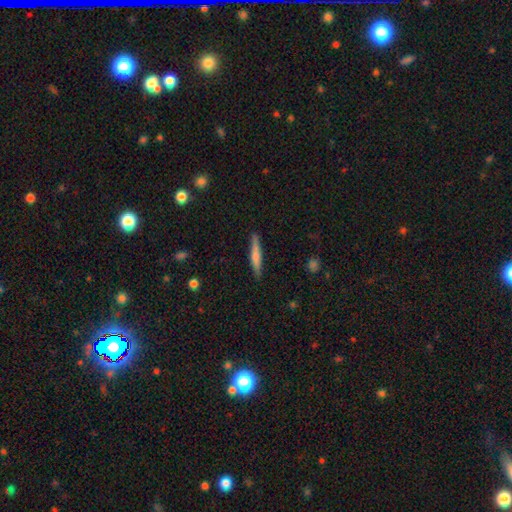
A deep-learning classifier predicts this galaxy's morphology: smooth 63%, featured or disk 32%, star or artifact 6%. Down the decision tree: how rounded — cigar-shaped (93%); merging — none (86%).